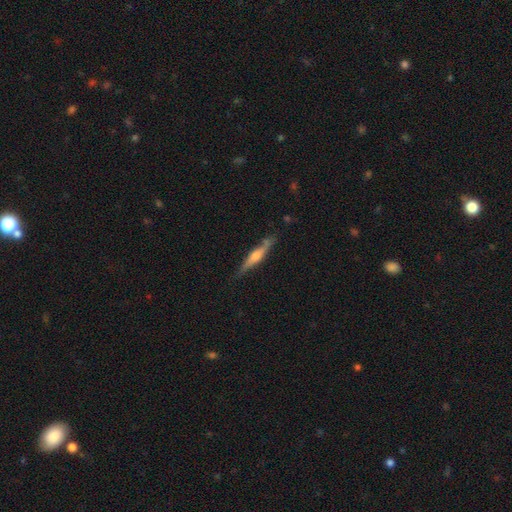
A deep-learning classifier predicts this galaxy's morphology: This appears to be a featured or disk galaxy (69%) viewed edge-on (96%) with a rounded central bulge (78%). Merging: none (80%).